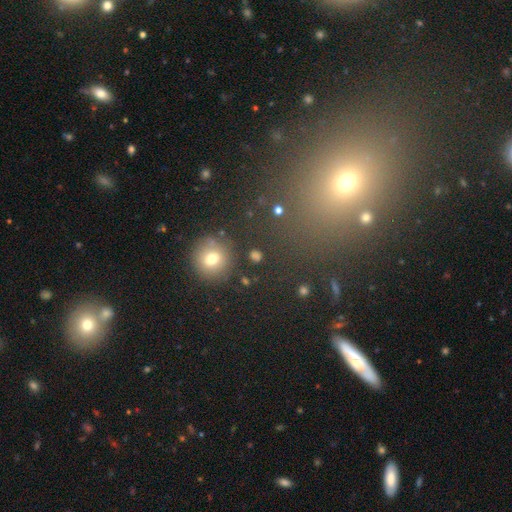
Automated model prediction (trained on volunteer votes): Smooth or featured?
  - smooth: 70% *
  - star or artifact: 21%
  - featured or disk: 8%
How rounded?
  - round: 82% *
  - in between: 16%
  - cigar-shaped: 2%
Merging?
  - none: 83% *
  - minor disturbance: 8%
  - merger: 5%
  - major disturbance: 4%